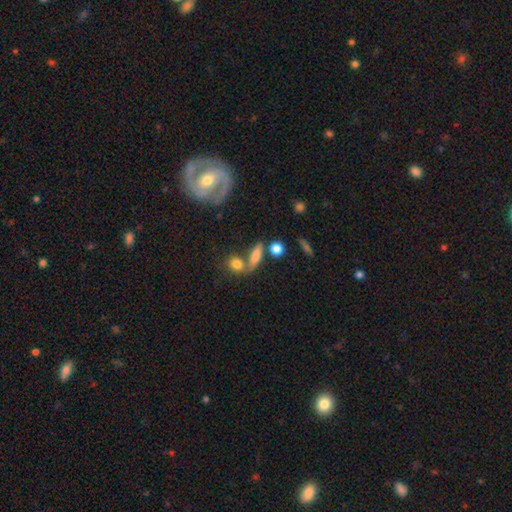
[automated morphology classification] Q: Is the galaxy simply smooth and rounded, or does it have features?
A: smooth — 71%.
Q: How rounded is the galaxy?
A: cigar-shaped — 47%.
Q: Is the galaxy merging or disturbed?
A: none — 57%.